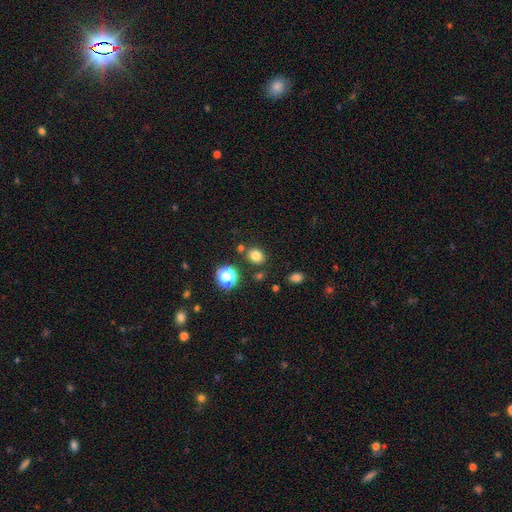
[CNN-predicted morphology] A smooth galaxy with no disk features (79%) that is round (63%). Merging: none (81%).